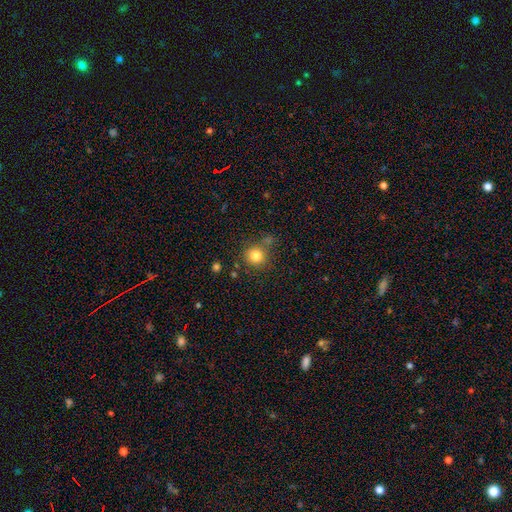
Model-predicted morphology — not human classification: smooth 82%, star or artifact 12%, featured or disk 6%. Down the decision tree: how rounded — round (92%); merging — none (74%).